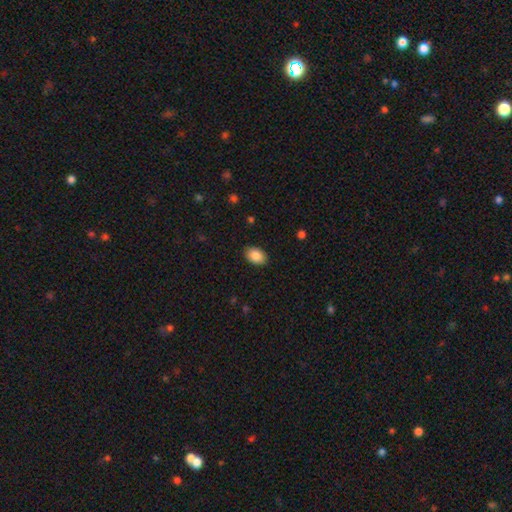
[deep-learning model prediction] smooth-or-featured: smooth: 88% | star or artifact: 7% | featured or disk: 5%
  how-rounded: in between: 84% | round: 15% | cigar-shaped: 1%
  merging: none: 88% | minor disturbance: 9% | major disturbance: 2% | merger: 1%